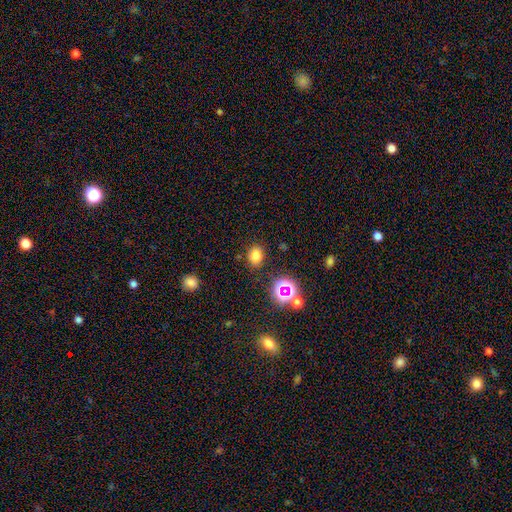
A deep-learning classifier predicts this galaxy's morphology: Smooth or featured?
  - smooth: 75% *
  - star or artifact: 18%
  - featured or disk: 7%
How rounded?
  - in between: 58% *
  - round: 41%
  - cigar-shaped: 1%
Merging?
  - none: 83% *
  - minor disturbance: 10%
  - major disturbance: 3%
  - merger: 3%